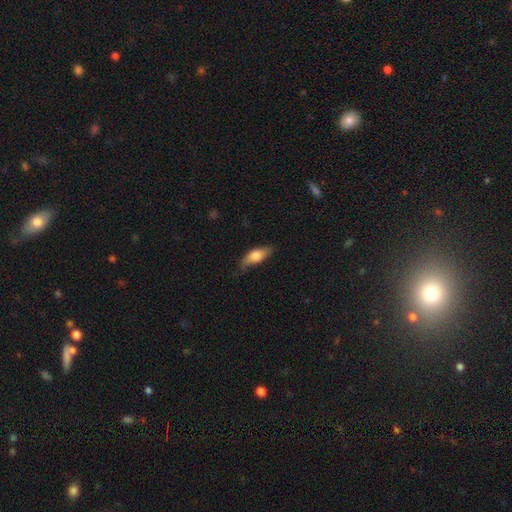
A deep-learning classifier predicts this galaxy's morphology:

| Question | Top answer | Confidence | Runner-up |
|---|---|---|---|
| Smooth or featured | smooth | 71% | featured or disk (23%) |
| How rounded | in between | 72% | cigar-shaped (25%) |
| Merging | none | 60% | minor disturbance (31%) |